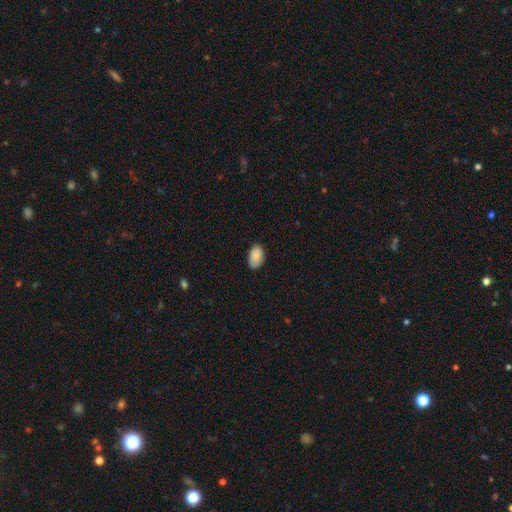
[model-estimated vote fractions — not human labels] Overall: smooth (88%). How rounded: in between (93%). Merging: none (81%).